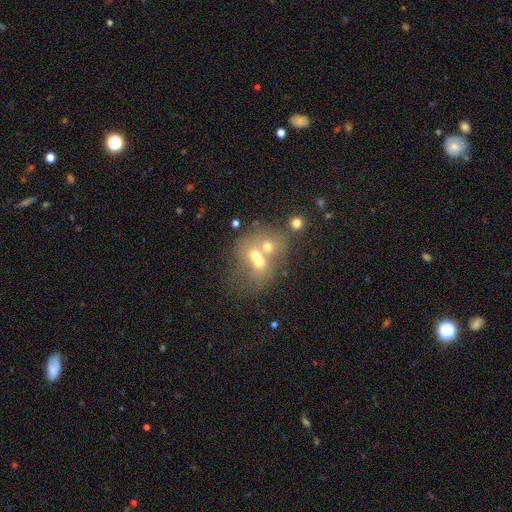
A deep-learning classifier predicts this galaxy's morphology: This is possibly a smooth galaxy (50%). Merging: likely merger (64%).